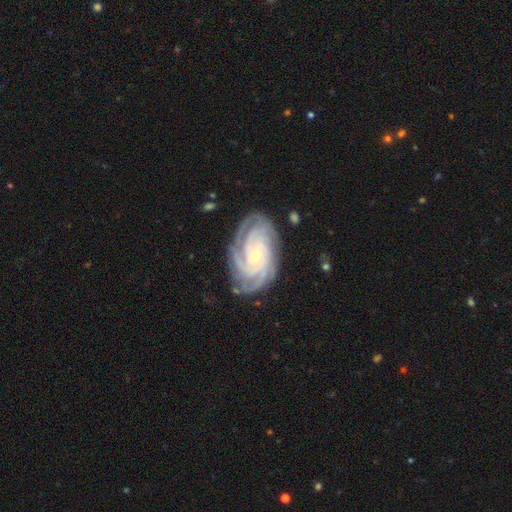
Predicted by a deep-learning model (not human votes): Smooth or featured? featured or disk (91%)
Edge-on disk? no (97%)
Bar? no (66%)
Spiral arms? yes (98%)
Spiral winding? tight (79%)
Spiral arm count? 4 (40%)
Bulge size? small (71%)
Merging? none (79%)